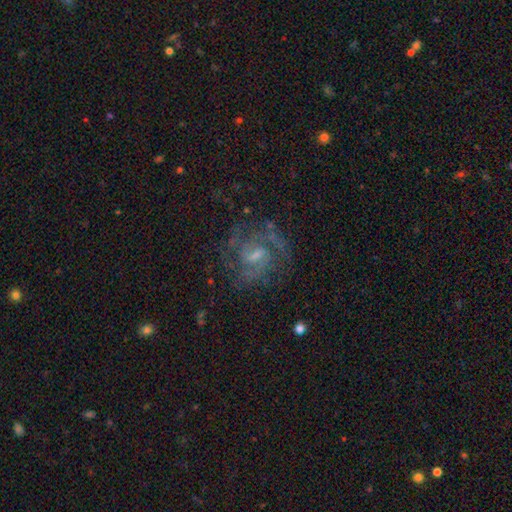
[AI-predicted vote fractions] Q: Smooth or featured?
A: featured or disk (82%); runner-up: smooth (10%)
Q: Edge-on disk?
A: no (97%); runner-up: yes (3%)
Q: Bar?
A: weak (62%); runner-up: no (19%)
Q: Spiral arms?
A: yes (92%); runner-up: no (8%)
Q: Spiral winding?
A: medium (51%); runner-up: tight (35%)
Q: Spiral arm count?
A: 2 (52%); runner-up: can't tell (21%)
Q: Bulge size?
A: small (49%); runner-up: moderate (31%)
Q: Merging?
A: none (66%); runner-up: minor disturbance (17%)